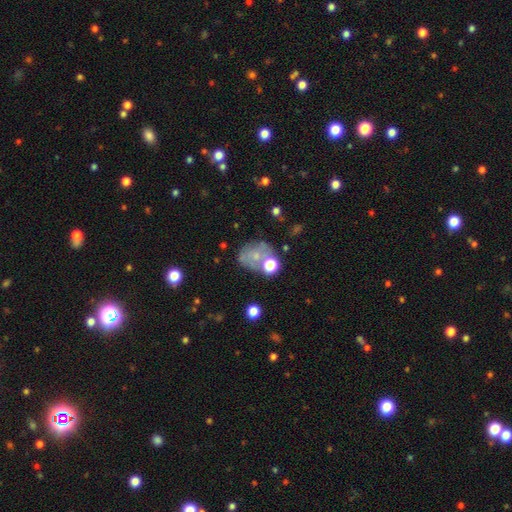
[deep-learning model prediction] Q: Smooth or featured?
A: smooth (52%); runner-up: featured or disk (31%)
Q: How rounded?
A: round (56%); runner-up: in between (43%)
Q: Merging?
A: none (45%); runner-up: minor disturbance (21%)